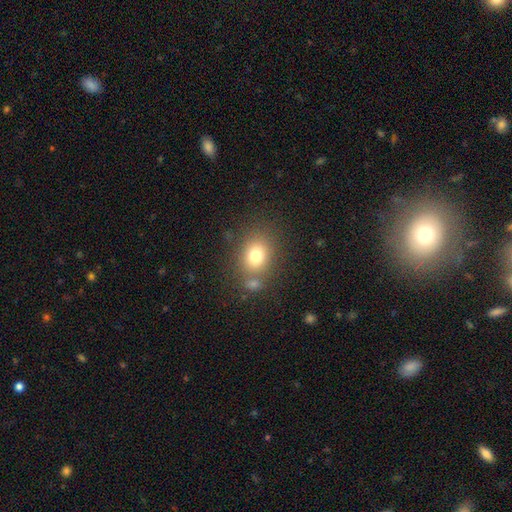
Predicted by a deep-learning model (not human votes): Morphology: type=smooth (76%); roundness=round (53%); merging=none (69%).